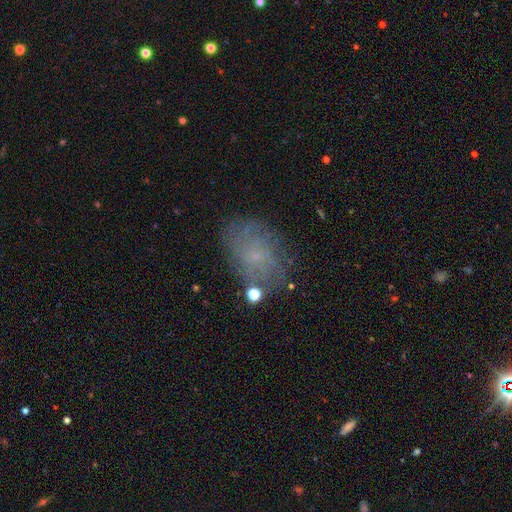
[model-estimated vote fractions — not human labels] smooth-or-featured: featured or disk: 46% | smooth: 38% | star or artifact: 16%
  merging: none: 71% | minor disturbance: 18% | major disturbance: 8% | merger: 3%